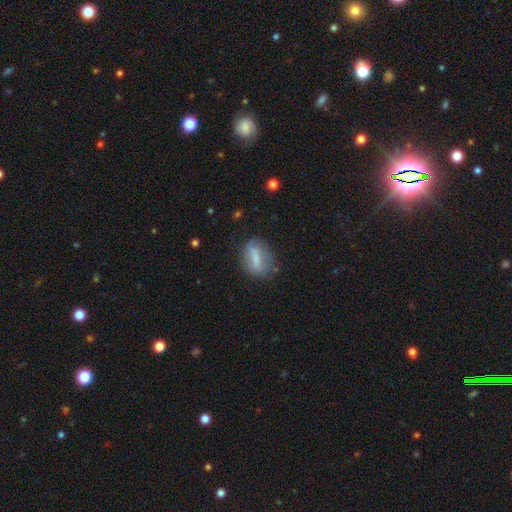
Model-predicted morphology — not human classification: This is likely a smooth galaxy (66%). How rounded: likely in between (72%). Merging: likely none (69%).